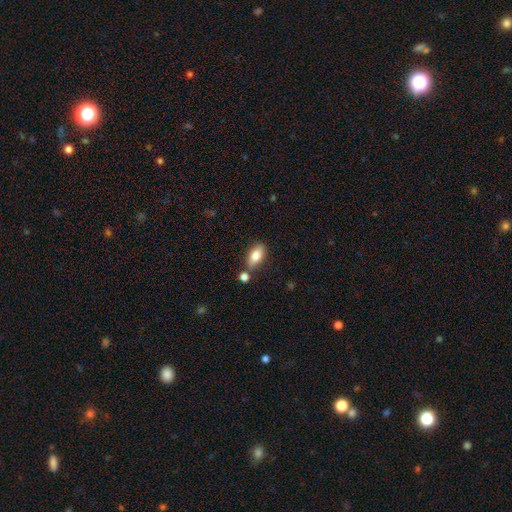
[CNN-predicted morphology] smooth 82%, featured or disk 11%, star or artifact 7%. Down the decision tree: how rounded — in between (90%); merging — none (70%).